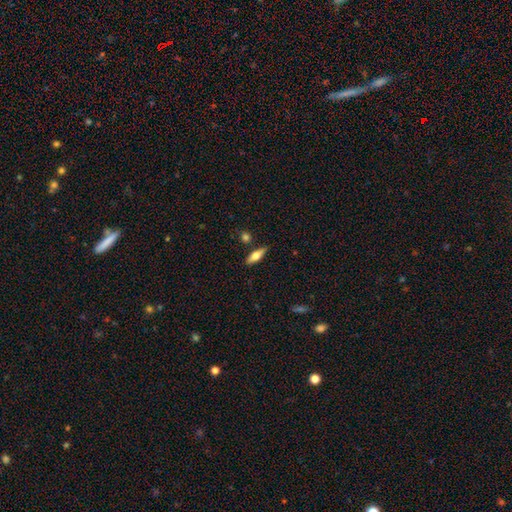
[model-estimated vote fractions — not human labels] Morphology: type=smooth (49%); merging=none (82%).